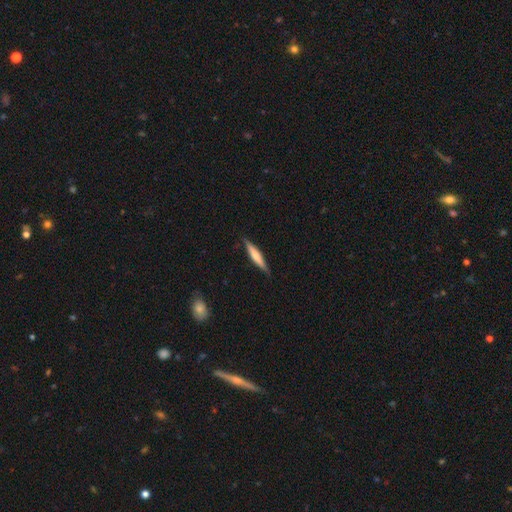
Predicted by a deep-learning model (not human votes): Morphology: type=smooth (50%); merging=none (86%).